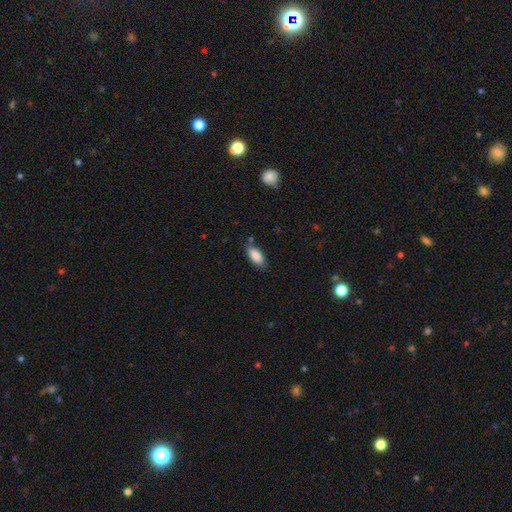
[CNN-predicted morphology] Smooth or featured? smooth (87%)
How rounded? in between (85%)
Merging? none (80%)